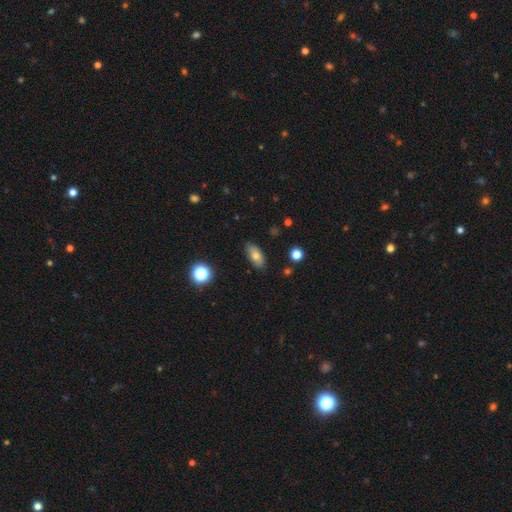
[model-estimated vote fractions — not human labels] A smooth galaxy with no disk features (75%) that is in between round and cigar-shaped (86%). Merging: none (86%).